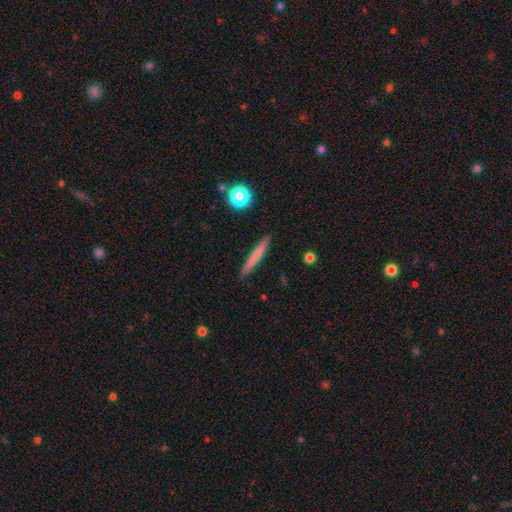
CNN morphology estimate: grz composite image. It shows a smooth galaxy with no disk features (66%) that is cigar-shaped (96%). Merging: none (91%).